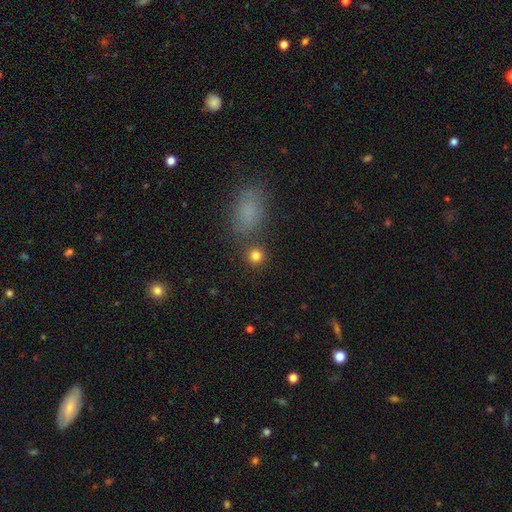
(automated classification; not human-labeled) Smooth or featured? Predicted: smooth (p=0.82). How rounded? Predicted: round (p=0.91). Merging? Predicted: none (p=0.80).